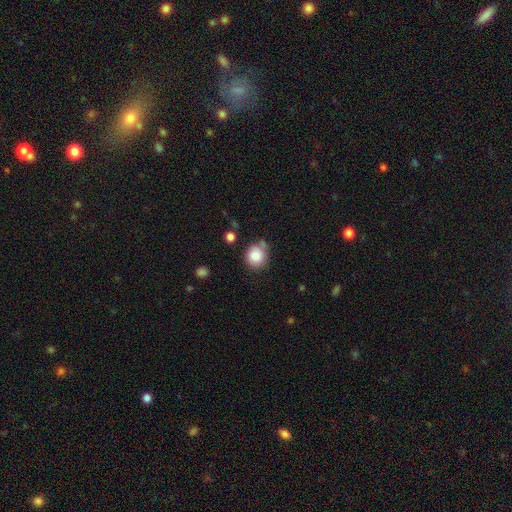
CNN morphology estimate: Smooth or featured: smooth — 86% (star or artifact — 9%)
How rounded: round — 86% (in between — 13%)
Merging: none — 68% (minor disturbance — 19%)